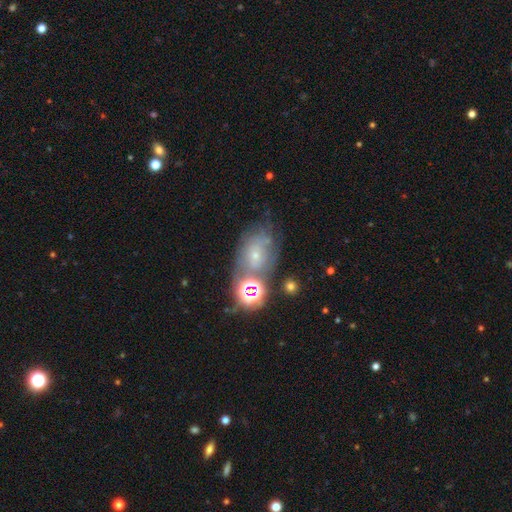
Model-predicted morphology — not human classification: Smooth or featured?
  - featured or disk: 41% *
  - star or artifact: 33%
  - smooth: 26%
Merging?
  - none: 51% *
  - minor disturbance: 20%
  - merger: 16%
  - major disturbance: 14%